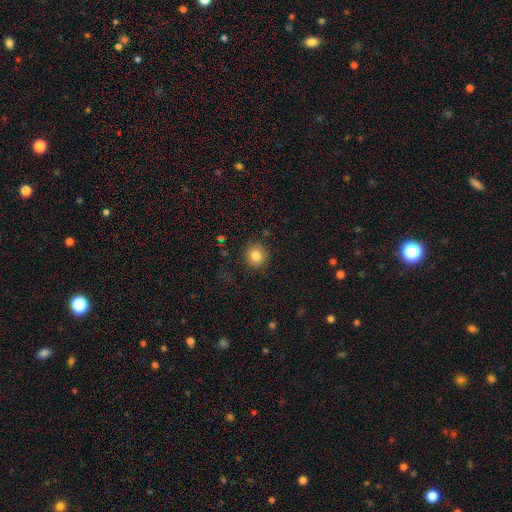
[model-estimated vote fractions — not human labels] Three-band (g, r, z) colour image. It shows a smooth galaxy with no disk features (82%) that is round (91%). Merging: none (88%).